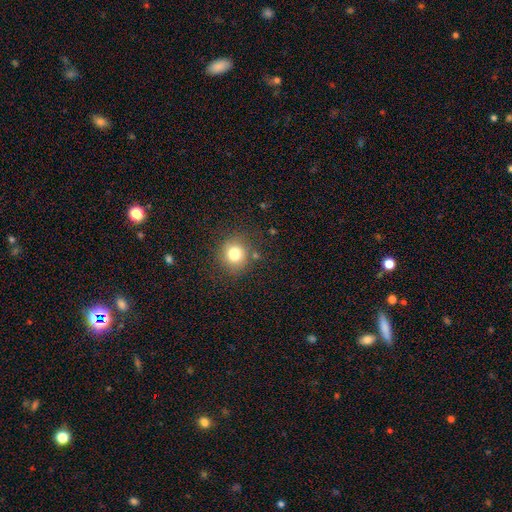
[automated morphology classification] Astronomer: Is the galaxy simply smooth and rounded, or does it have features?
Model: smooth — 76%.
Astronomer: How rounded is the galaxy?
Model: round — 90%.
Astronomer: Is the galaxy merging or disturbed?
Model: none — 87%.